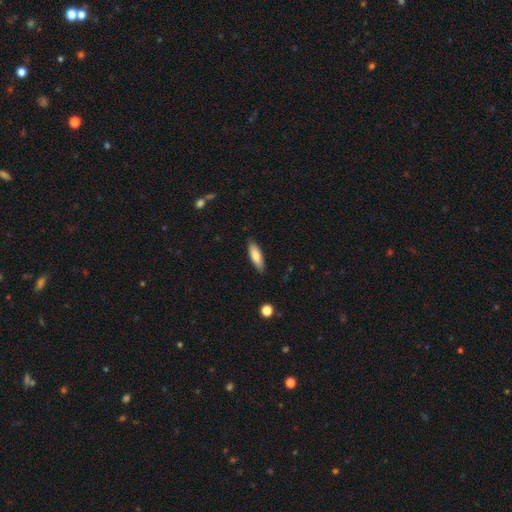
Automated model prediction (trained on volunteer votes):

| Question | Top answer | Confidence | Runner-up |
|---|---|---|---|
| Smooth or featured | smooth | 79% | featured or disk (15%) |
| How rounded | cigar-shaped | 49% | tied: in between (49%) |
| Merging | none | 85% | minor disturbance (11%) |